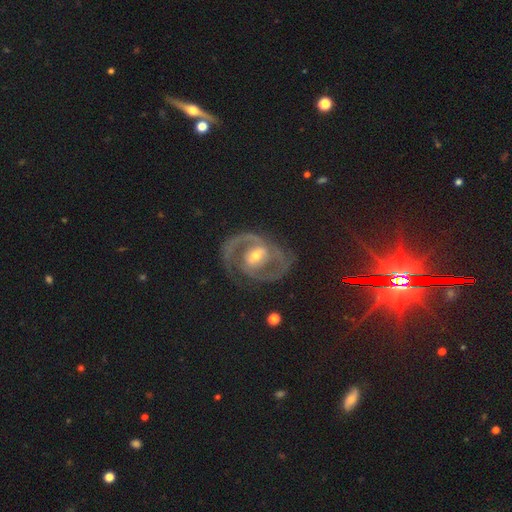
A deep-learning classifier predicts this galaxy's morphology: Overall: featured or disk (90%). Edge-on disk: no (98%). Bar: weak (47%; strong 32%). Spiral arms: yes (96%). Spiral arm count: 2 (89%). Spiral winding: medium (57%; tight 30%). Bulge size: moderate (61%; small 33%). Merging: none (74%).